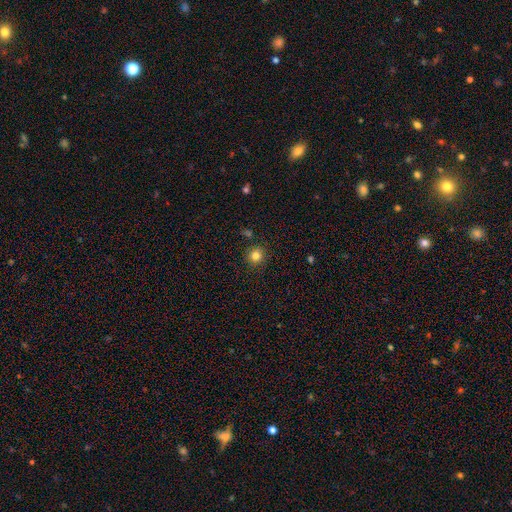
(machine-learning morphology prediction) smooth_or_featured: smooth (p=0.82) [alt: star or artifact p=0.12]
how_rounded: round (p=0.91) [alt: in between p=0.08]
merging: none (p=0.88) [alt: minor disturbance p=0.07]